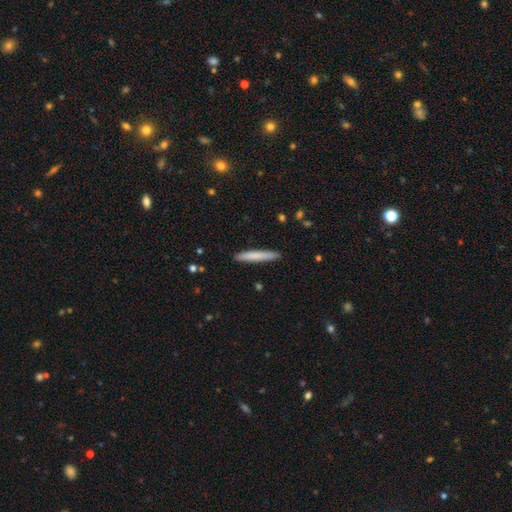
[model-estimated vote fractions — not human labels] Smooth or featured? Predicted: smooth (p=0.78). How rounded? Predicted: cigar-shaped (p=0.95). Merging? Predicted: none (p=0.91).